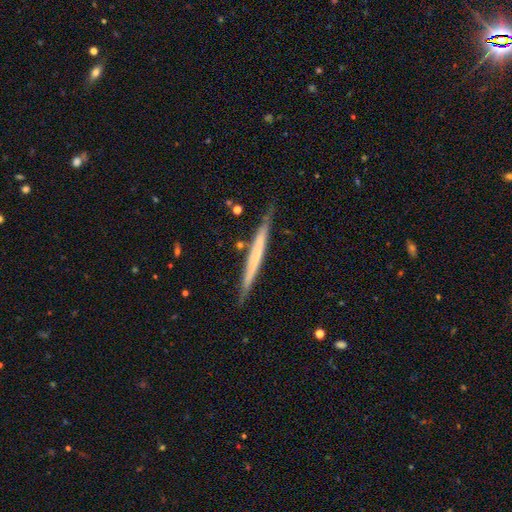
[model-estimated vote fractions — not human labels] A featured or disk galaxy (51%) viewed edge-on (96%). Merging: none (84%).